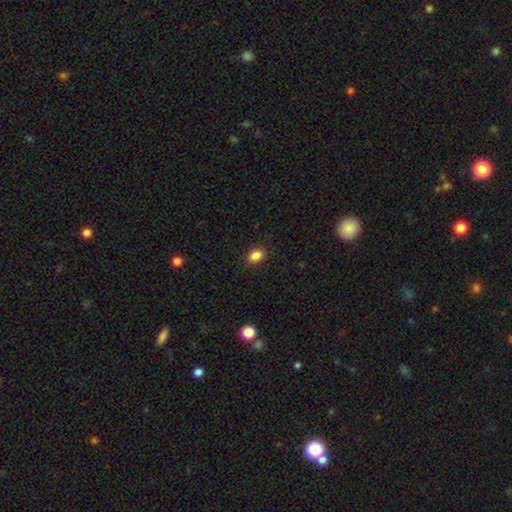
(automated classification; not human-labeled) Smooth or featured?
  - smooth: 87% *
  - star or artifact: 9%
  - featured or disk: 4%
How rounded?
  - in between: 77% *
  - round: 22%
  - cigar-shaped: 1%
Merging?
  - none: 89% *
  - minor disturbance: 8%
  - major disturbance: 2%
  - merger: 1%